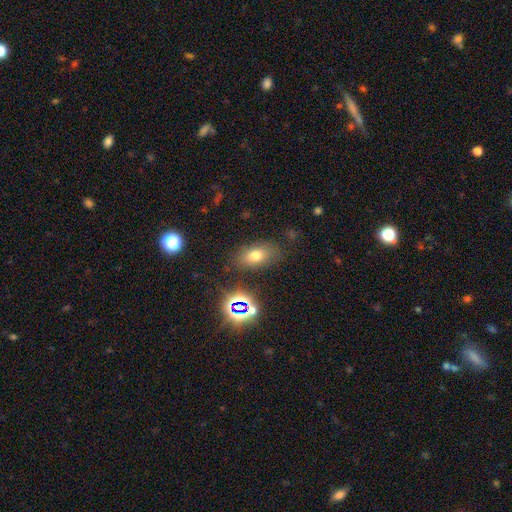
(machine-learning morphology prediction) Smooth or featured? Predicted: smooth (p=0.67). How rounded? Predicted: in between (p=0.83). Merging? Predicted: none (p=0.79).